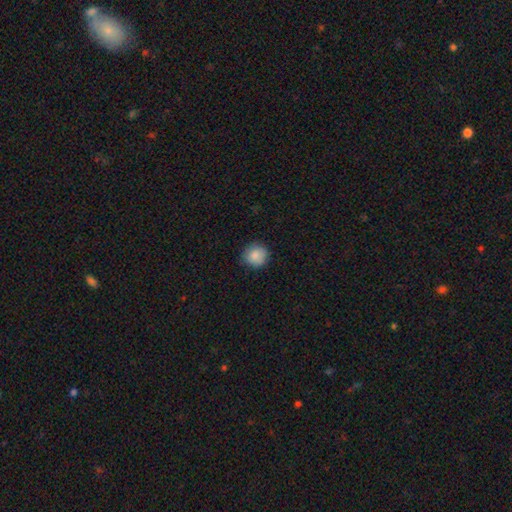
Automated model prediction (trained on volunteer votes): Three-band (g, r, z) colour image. It shows a smooth galaxy with no disk features (87%) that is round (90%). Merging: none (85%).